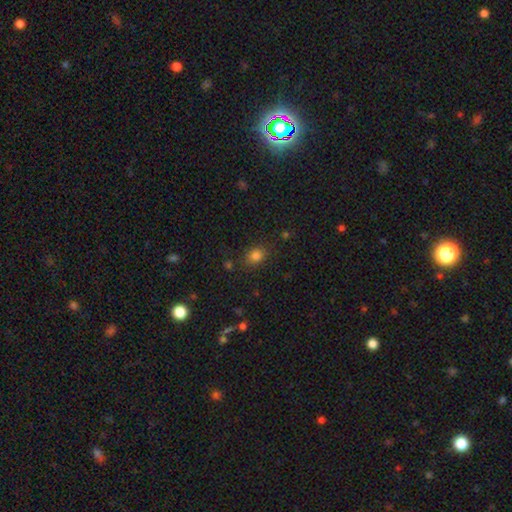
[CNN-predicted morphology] Smooth or featured: smooth — 80% (star or artifact — 14%)
How rounded: round — 51% (in between — 47%)
Merging: none — 82% (minor disturbance — 12%)